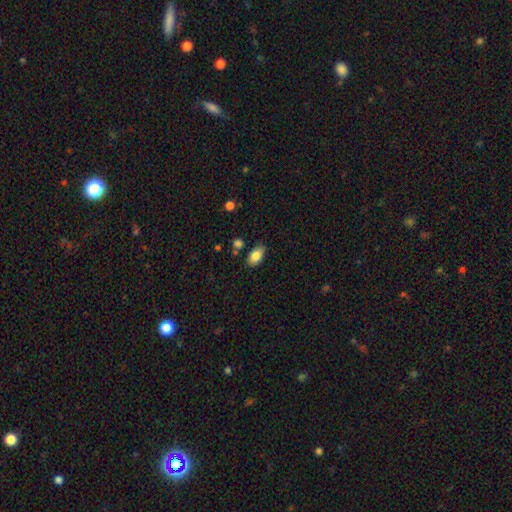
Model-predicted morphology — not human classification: smooth 84%, featured or disk 8%, star or artifact 8%. Down the decision tree: how rounded — in between (91%); merging — none (78%).